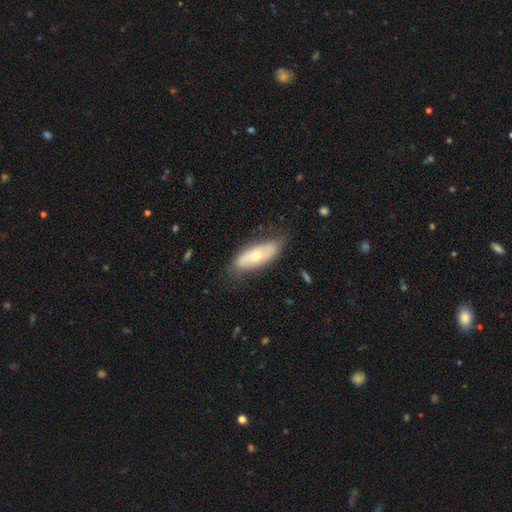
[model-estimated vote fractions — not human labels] Smooth or featured: smooth — 50% (featured or disk — 44%)
How rounded: in between — 77% (cigar-shaped — 20%)
Merging: none — 75% (minor disturbance — 19%)